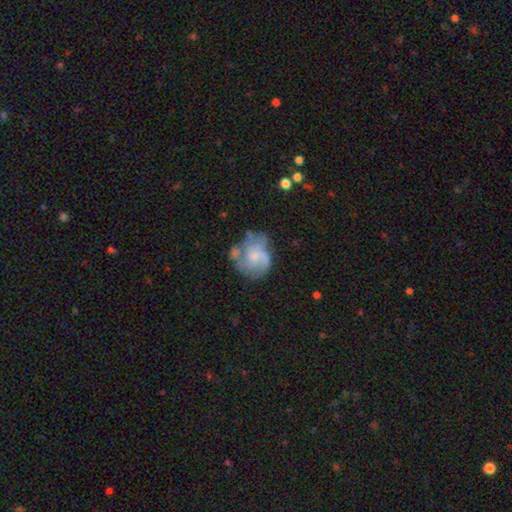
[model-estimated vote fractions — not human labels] smooth_or_featured: featured or disk (p=0.66) [alt: smooth p=0.26]
disk_edge_on: no (p=0.98) [alt: yes p=0.02]
bar: no (p=0.64) [alt: weak p=0.32]
has_spiral_arms: yes (p=0.81) [alt: no p=0.19]
spiral_winding: medium (p=0.45) [alt: tight p=0.30]
spiral_arm_count: 2 (p=0.35) [alt: can't tell p=0.27]
bulge_size: small (p=0.45) [alt: moderate p=0.32]
merging: none (p=0.45) [alt: minor disturbance p=0.26]